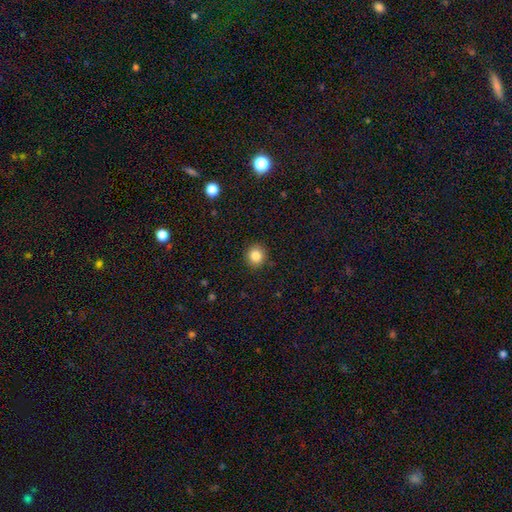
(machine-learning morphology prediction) Q: Smooth or featured?
A: smooth (84%); runner-up: star or artifact (10%)
Q: How rounded?
A: round (89%); runner-up: in between (10%)
Q: Merging?
A: none (91%); runner-up: minor disturbance (6%)